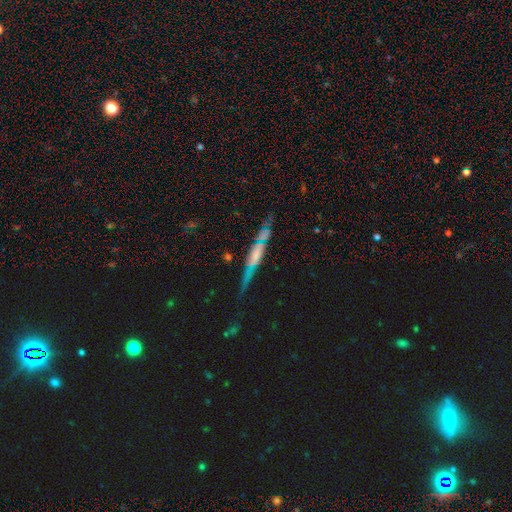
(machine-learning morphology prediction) Smooth or featured?
  - featured or disk: 69% *
  - smooth: 21%
  - star or artifact: 10%
Edge-on disk?
  - yes: 88% *
  - no: 12%
Edge-on bulge?
  - none: 37% *
  - rounded: 36%
  - boxy: 27%
Merging?
  - none: 70% *
  - minor disturbance: 18%
  - major disturbance: 7%
  - merger: 5%